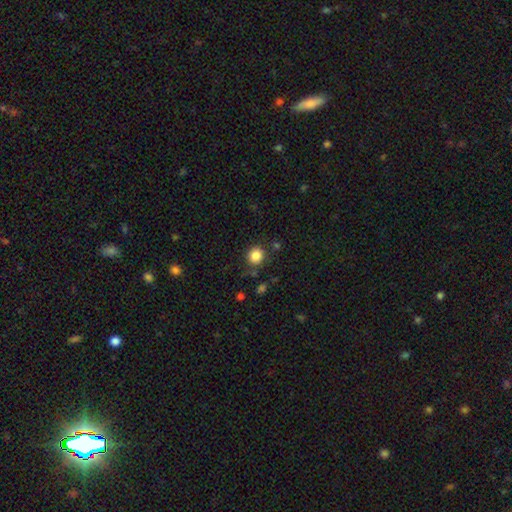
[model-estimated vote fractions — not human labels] smooth 85%, star or artifact 11%, featured or disk 4%. Down the decision tree: how rounded — round (87%); merging — none (84%).